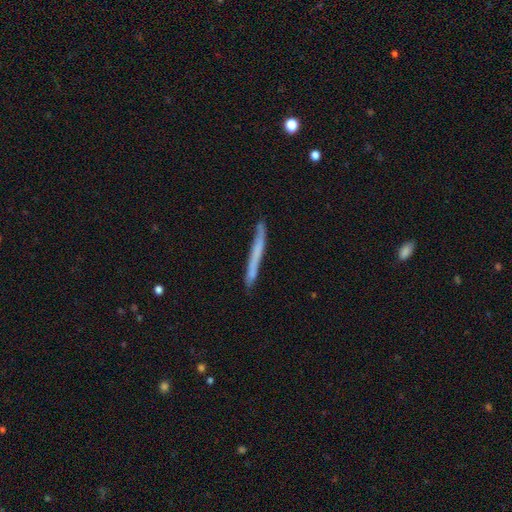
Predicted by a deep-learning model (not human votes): Overall: smooth (53%; featured or disk 40%). How rounded: cigar-shaped (97%). Merging: none (85%).